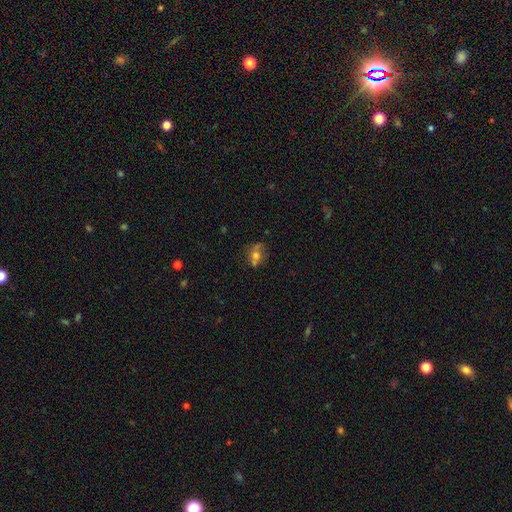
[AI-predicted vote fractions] Smooth or featured: smooth — 57% (featured or disk — 27%)
How rounded: round — 59% (in between — 39%)
Merging: none — 46% (merger — 25%)